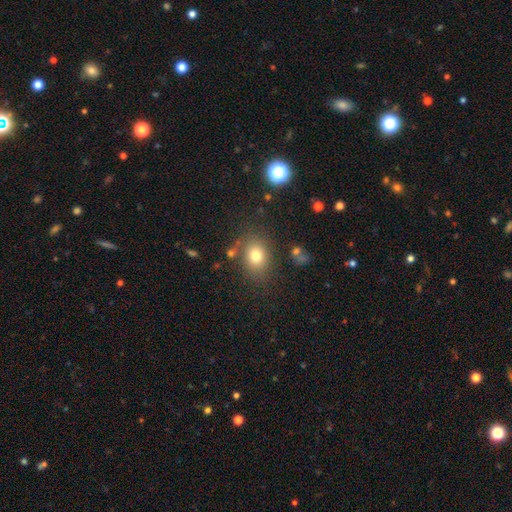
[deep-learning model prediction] A smooth galaxy with no disk features (76%) that is in between round and cigar-shaped (57%).

Vote fractions:
- Smooth or featured? smooth: 76% / star or artifact: 13% / featured or disk: 11%
- How rounded? in between: 57% / round: 42% / cigar-shaped: 1%
- Merging? none: 75% / minor disturbance: 14% / major disturbance: 6% / merger: 5%